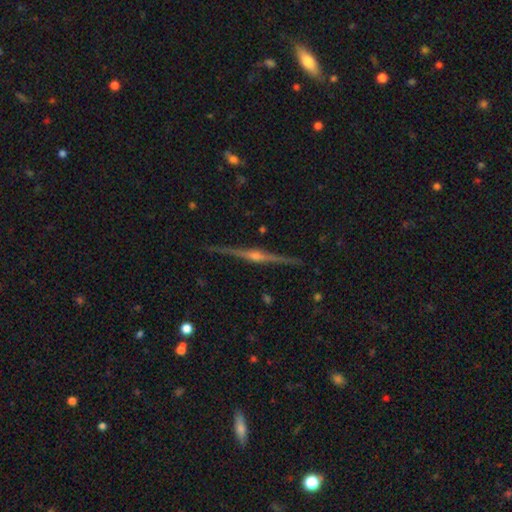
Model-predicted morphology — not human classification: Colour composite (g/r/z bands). It shows a featured or disk galaxy (88%) viewed edge-on (99%) with a rounded central bulge (91%). Merging: none (91%).